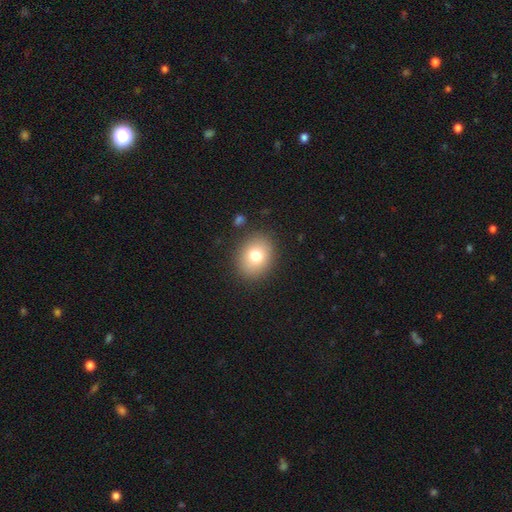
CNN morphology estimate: smooth_or_featured: smooth (p=0.76) [alt: featured or disk p=0.13]
how_rounded: round (p=0.52) [alt: in between p=0.47]
merging: none (p=0.87) [alt: minor disturbance p=0.08]